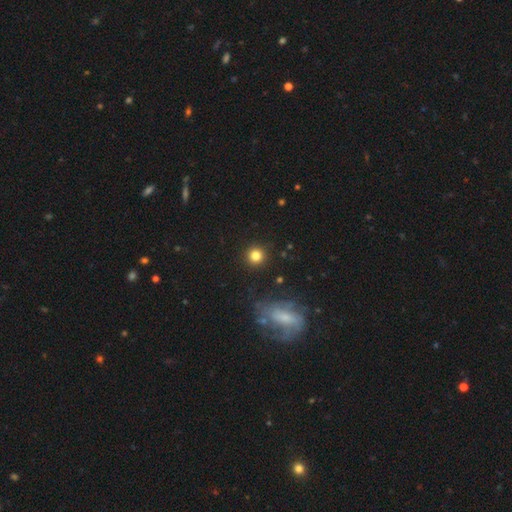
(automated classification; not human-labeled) Smooth or featured: smooth — 83% (star or artifact — 12%)
How rounded: round — 94% (in between — 5%)
Merging: none — 91% (minor disturbance — 5%)